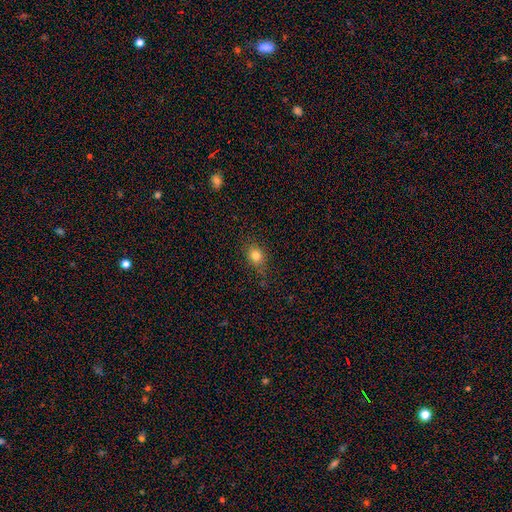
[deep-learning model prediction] smooth_or_featured: smooth (p=0.80) [alt: star or artifact p=0.12]
how_rounded: round (p=0.52) [alt: in between p=0.46]
merging: none (p=0.77) [alt: minor disturbance p=0.17]